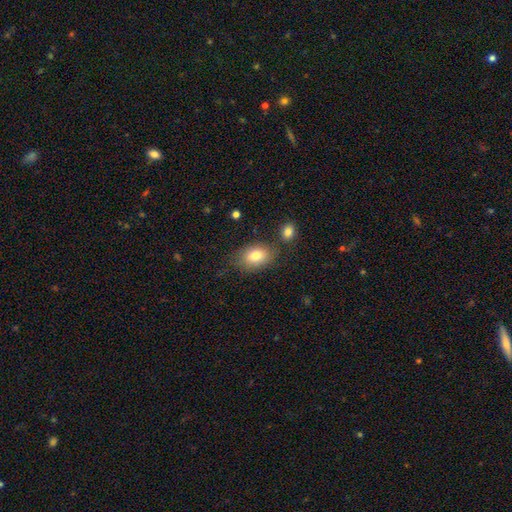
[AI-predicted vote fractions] Q: Smooth or featured?
A: smooth (81%); runner-up: featured or disk (11%)
Q: How rounded?
A: in between (81%); runner-up: round (18%)
Q: Merging?
A: none (72%); runner-up: minor disturbance (15%)